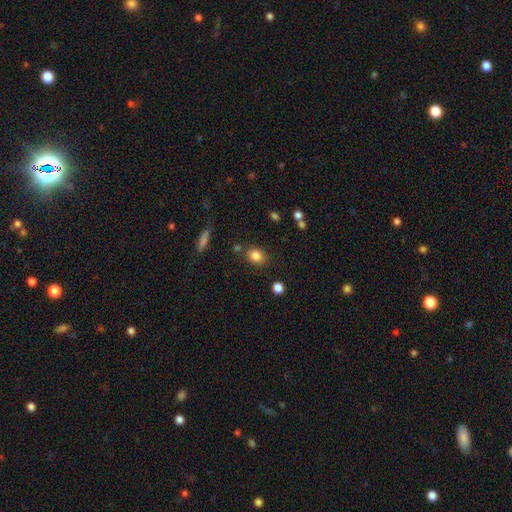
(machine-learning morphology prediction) The model was most divided on "how rounded": round: 53%, in between: 46%, cigar-shaped: 1%. More confident: smooth or featured — smooth (84%); merging — none (80%).